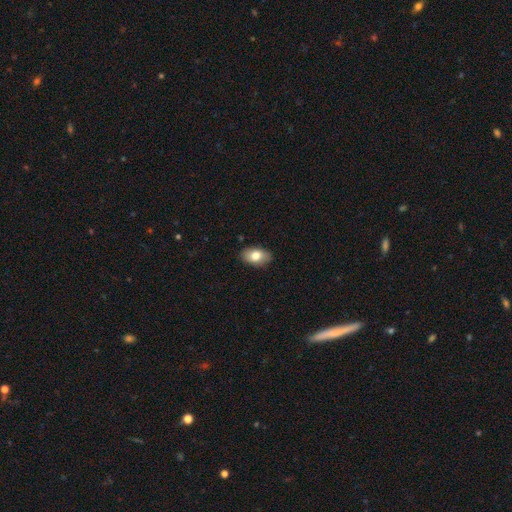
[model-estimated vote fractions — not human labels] A smooth galaxy with no disk features (78%) that is in between round and cigar-shaped (91%).

Vote fractions:
- Smooth or featured? smooth: 78% / featured or disk: 15% / star or artifact: 7%
- How rounded? in between: 91% / round: 7% / cigar-shaped: 2%
- Merging? none: 87% / minor disturbance: 10% / major disturbance: 2% / merger: 1%